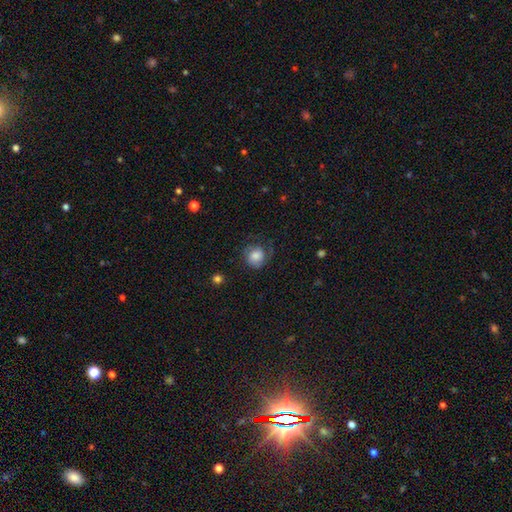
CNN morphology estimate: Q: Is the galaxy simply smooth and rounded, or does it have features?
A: smooth — 60%.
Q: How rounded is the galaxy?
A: round — 81%.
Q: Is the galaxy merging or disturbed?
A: none — 59%.